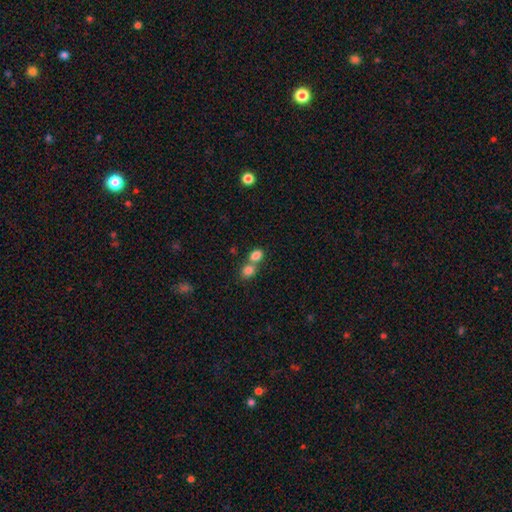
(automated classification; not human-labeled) This appears to be a smooth galaxy with no disk features (82%) that is in between round and cigar-shaped (50%). Merging: merger (55%).